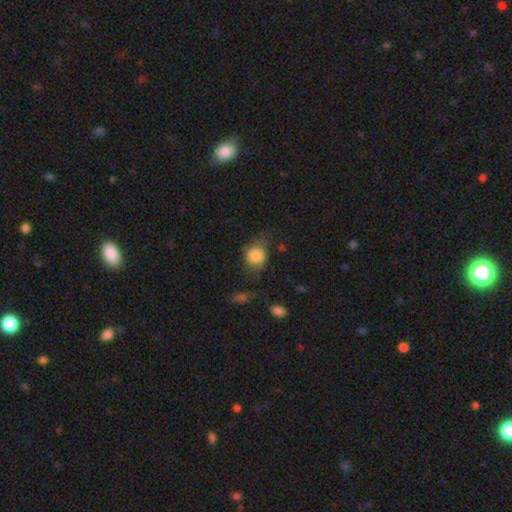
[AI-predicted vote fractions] This is likely a smooth galaxy (76%). How rounded: likely round (70%). Merging: possibly none (49%).